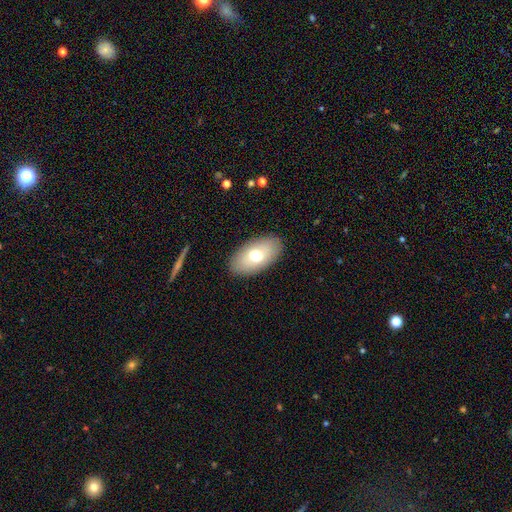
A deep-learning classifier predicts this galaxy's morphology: A smooth galaxy with no disk features (68%) that is in between round and cigar-shaped (94%).

Vote fractions:
- Smooth or featured? smooth: 68% / featured or disk: 24% / star or artifact: 7%
- How rounded? in between: 94% / round: 5% / cigar-shaped: 2%
- Merging? none: 87% / minor disturbance: 9% / major disturbance: 3% / merger: 1%